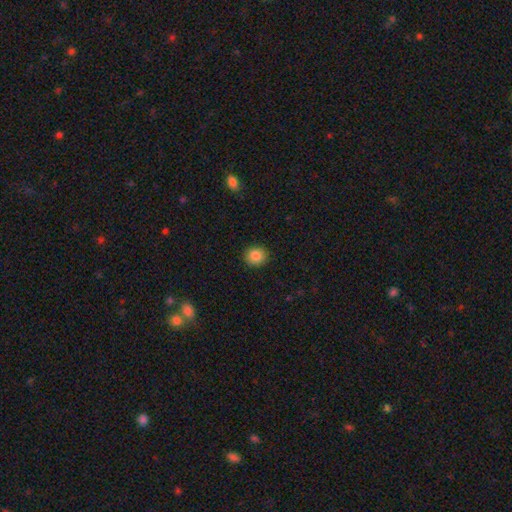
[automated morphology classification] Q: Smooth or featured?
A: smooth (86%); runner-up: star or artifact (9%)
Q: How rounded?
A: round (84%); runner-up: in between (15%)
Q: Merging?
A: none (90%); runner-up: minor disturbance (7%)